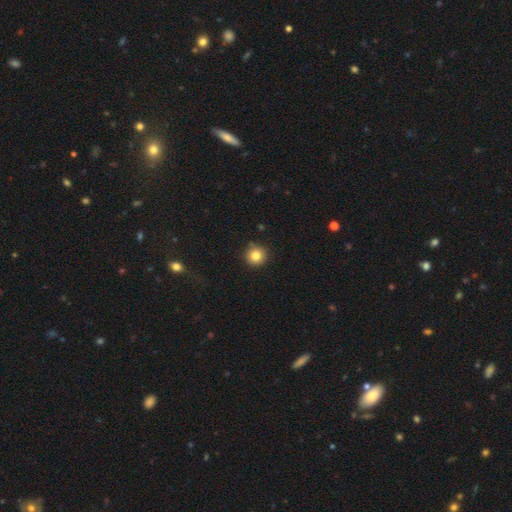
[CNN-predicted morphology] A smooth galaxy with no disk features (83%) that is round (94%).

Vote fractions:
- Smooth or featured? smooth: 83% / star or artifact: 11% / featured or disk: 6%
- How rounded? round: 94% / in between: 5% / cigar-shaped: 1%
- Merging? none: 87% / minor disturbance: 9% / major disturbance: 2% / merger: 1%